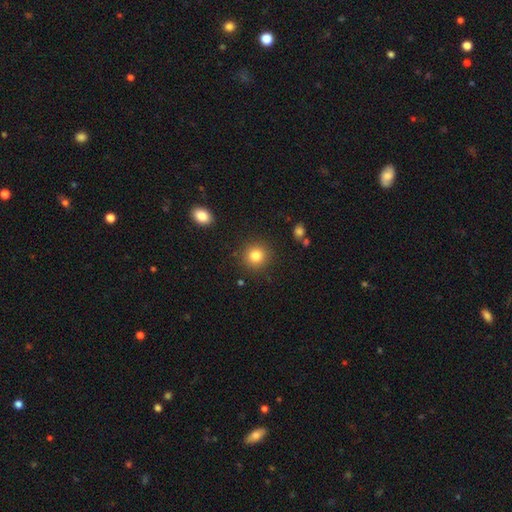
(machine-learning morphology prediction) A smooth galaxy with no disk features (82%) that is round (91%).

Vote fractions:
- Smooth or featured? smooth: 82% / star or artifact: 11% / featured or disk: 7%
- How rounded? round: 91% / in between: 8% / cigar-shaped: 1%
- Merging? none: 89% / minor disturbance: 7% / major disturbance: 3% / merger: 2%